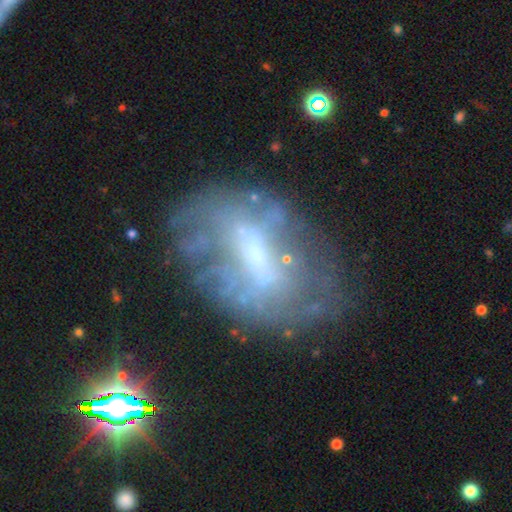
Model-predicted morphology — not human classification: Overall: featured or disk (62%; smooth 24%). Edge-on disk: no (94%). Bar: weak (40%, tied with no). Spiral arms: no (66%; yes 34%). Bulge size: small (39%; moderate 29%). Merging: none (54%; minor disturbance 22%).